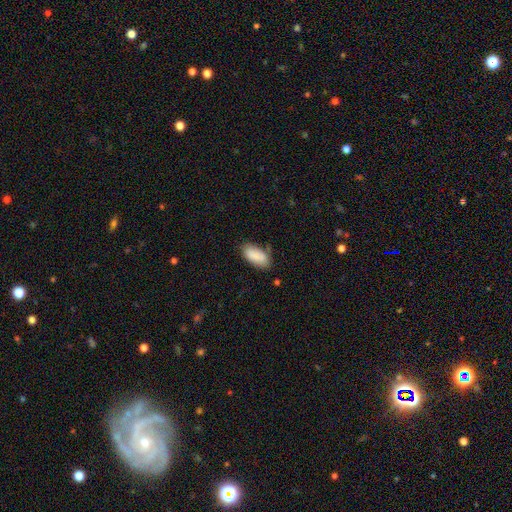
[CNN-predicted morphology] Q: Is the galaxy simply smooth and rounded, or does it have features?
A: smooth — 86%.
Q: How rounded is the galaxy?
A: in between — 91%.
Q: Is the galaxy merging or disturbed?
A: none — 69%.